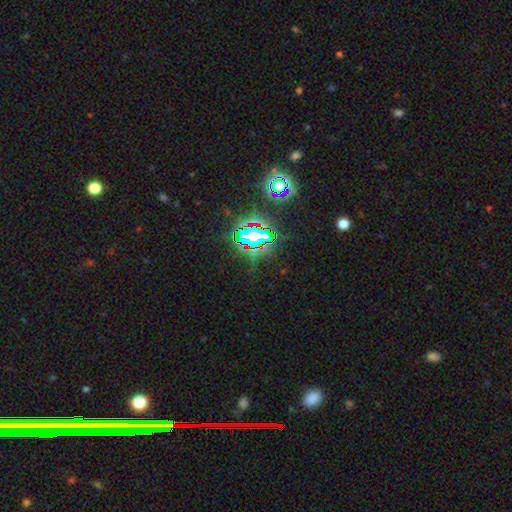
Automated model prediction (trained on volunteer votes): smooth_or_featured: star or artifact (p=0.74) [alt: smooth p=0.15]